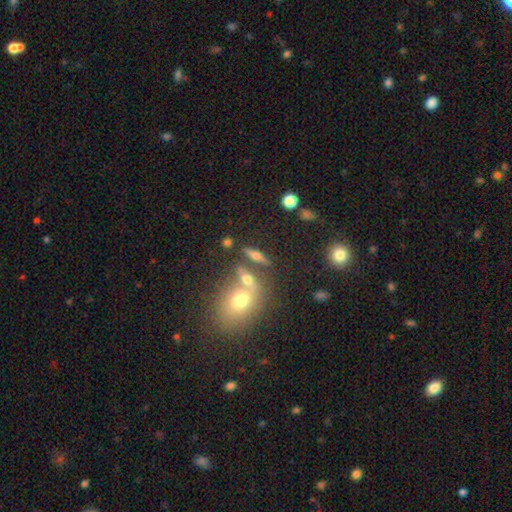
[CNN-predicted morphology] This appears to be a featured or disk galaxy (49%). Merging: none (65%).